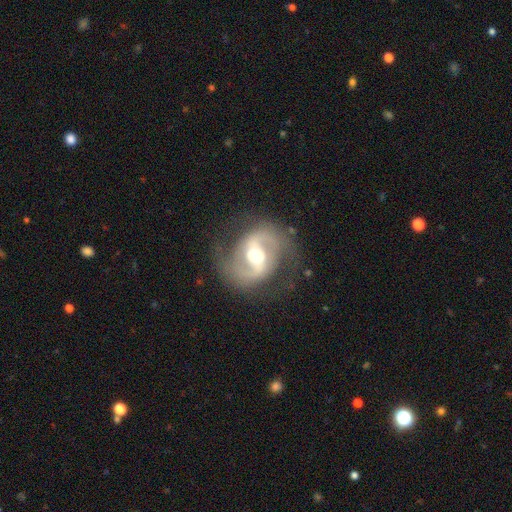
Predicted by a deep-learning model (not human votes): Smooth or featured: featured or disk — 87% (smooth — 7%)
Edge-on disk: no — 97% (yes — 3%)
Bar: weak — 44% (strong — 39%)
Spiral arms: yes — 94% (no — 6%)
Spiral winding: medium — 55% (loose — 30%)
Spiral arm count: 2 — 92% (can't tell — 3%)
Bulge size: moderate — 65% (small — 17%)
Merging: none — 73% (minor disturbance — 15%)